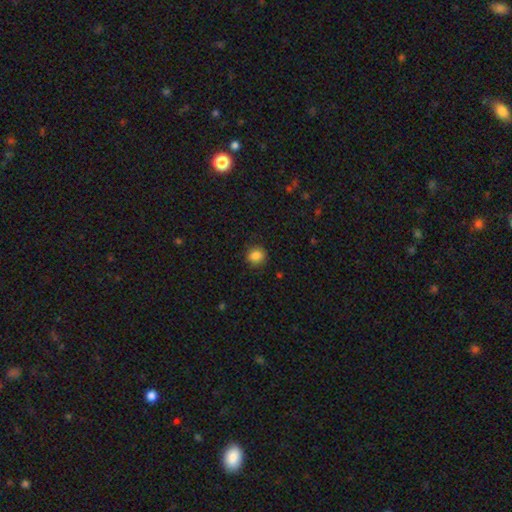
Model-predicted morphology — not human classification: A smooth galaxy with no disk features (86%) that is round (83%).

Vote fractions:
- Smooth or featured? smooth: 86% / star or artifact: 10% / featured or disk: 4%
- How rounded? round: 83% / in between: 16% / cigar-shaped: 1%
- Merging? none: 86% / minor disturbance: 11% / major disturbance: 3% / merger: 1%